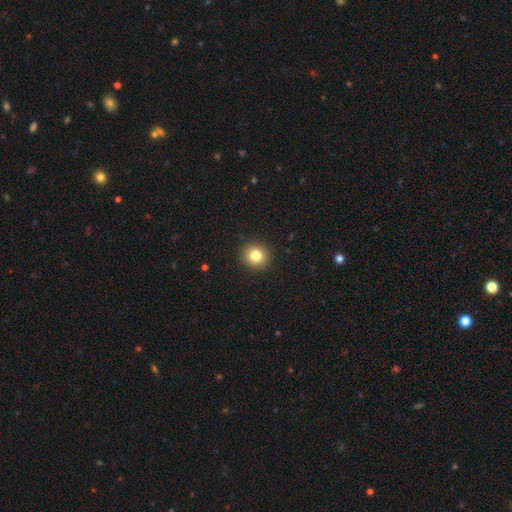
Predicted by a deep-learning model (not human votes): The model was most divided on "smooth or featured": smooth: 81%, star or artifact: 11%, featured or disk: 7%. More confident: how rounded — round (92%); merging — none (92%).